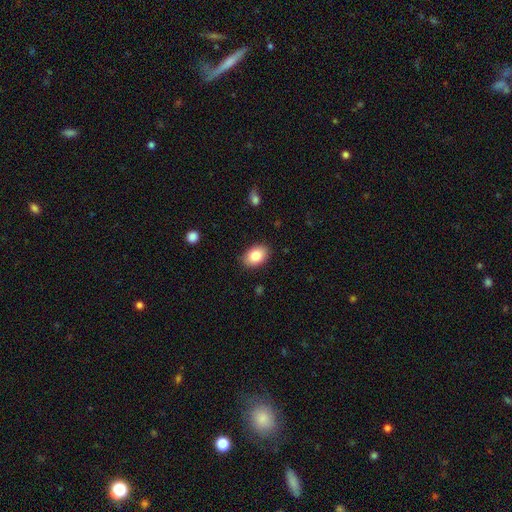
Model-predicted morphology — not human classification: A smooth galaxy with no disk features (84%) that is in between round and cigar-shaped (84%).

Vote fractions:
- Smooth or featured? smooth: 84% / featured or disk: 9% / star or artifact: 7%
- How rounded? in between: 84% / round: 15% / cigar-shaped: 1%
- Merging? none: 86% / minor disturbance: 11% / major disturbance: 2% / merger: 1%